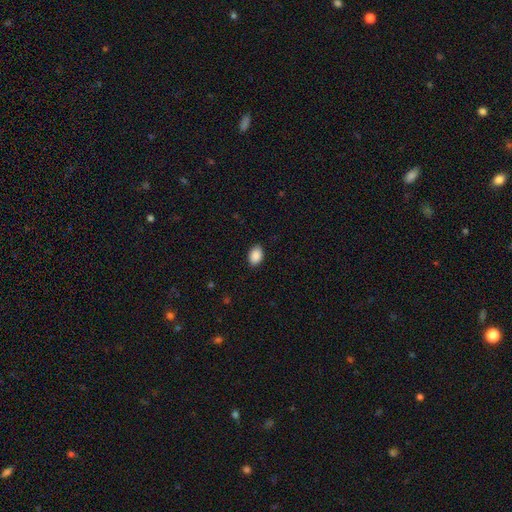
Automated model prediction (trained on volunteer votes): smooth-or-featured: smooth: 90% | star or artifact: 7% | featured or disk: 3%
  how-rounded: in between: 85% | round: 14% | cigar-shaped: 1%
  merging: none: 88% | minor disturbance: 9% | major disturbance: 2% | merger: 1%